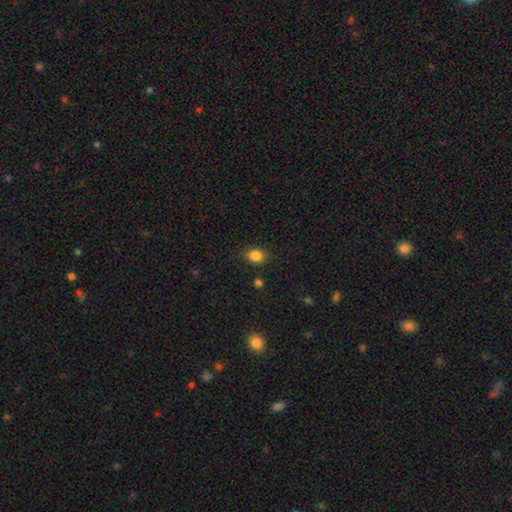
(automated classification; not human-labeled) Overall: smooth (84%). How rounded: in between (51%; round 48%). Merging: none (82%).